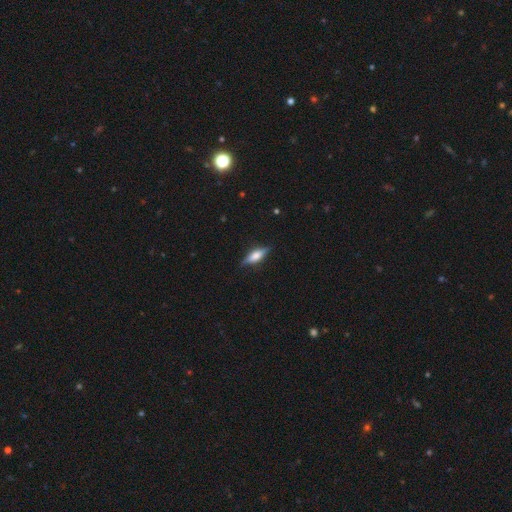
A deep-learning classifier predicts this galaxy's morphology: Q: Smooth or featured?
A: featured or disk (55%); runner-up: smooth (38%)
Q: Edge-on disk?
A: yes (94%); runner-up: no (6%)
Q: Edge-on bulge?
A: rounded (81%); runner-up: boxy (15%)
Q: Merging?
A: none (85%); runner-up: minor disturbance (12%)